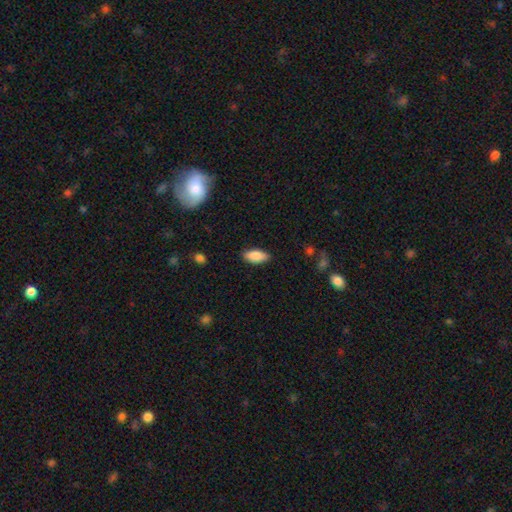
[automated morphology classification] smooth_or_featured: smooth (p=0.86) [alt: featured or disk p=0.07]
how_rounded: in between (p=0.89) [alt: cigar-shaped p=0.09]
merging: none (p=0.84) [alt: minor disturbance p=0.12]